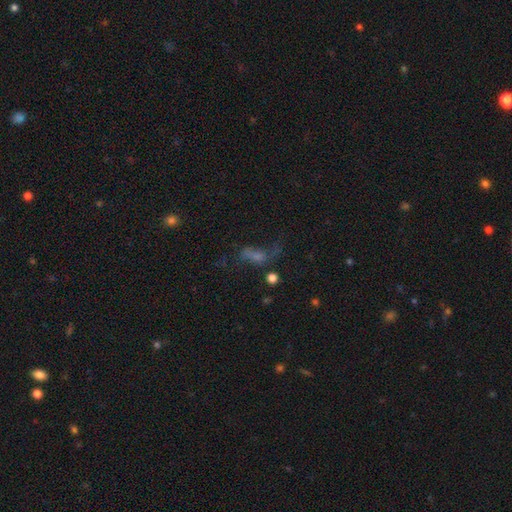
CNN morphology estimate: This appears to be a smooth galaxy with no disk features (36%, tied with featured or disk). Merging: none (37%, tied with major disturbance).